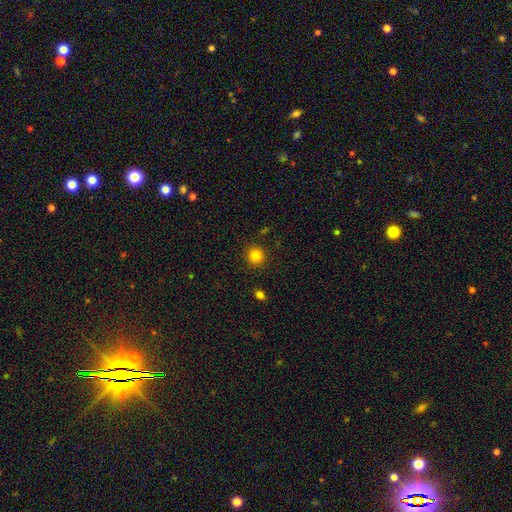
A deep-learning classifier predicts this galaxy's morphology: A smooth galaxy with no disk features (82%) that is round (92%).

Vote fractions:
- Smooth or featured? smooth: 82% / star or artifact: 12% / featured or disk: 5%
- How rounded? round: 92% / in between: 7% / cigar-shaped: 1%
- Merging? none: 91% / minor disturbance: 6% / major disturbance: 2% / merger: 1%